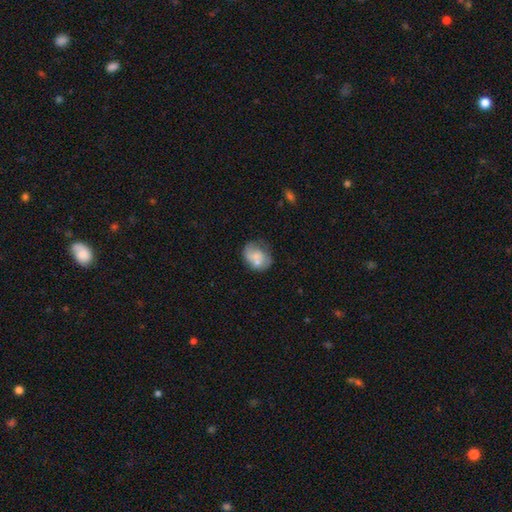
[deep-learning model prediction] smooth-or-featured: smooth: 55% | featured or disk: 37% | star or artifact: 8%
  how-rounded: round: 52% | in between: 47% | cigar-shaped: 1%
  merging: none: 39% | minor disturbance: 25% | merger: 20% | major disturbance: 15%